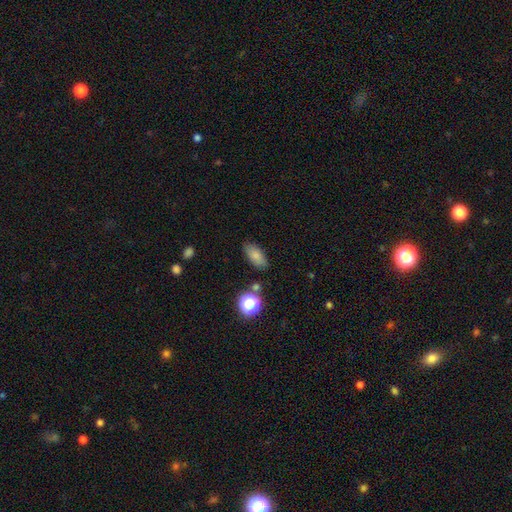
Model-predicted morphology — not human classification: smooth_or_featured: smooth (p=0.79) [alt: star or artifact p=0.11]
how_rounded: in between (p=0.84) [alt: cigar-shaped p=0.10]
merging: none (p=0.82) [alt: minor disturbance p=0.12]